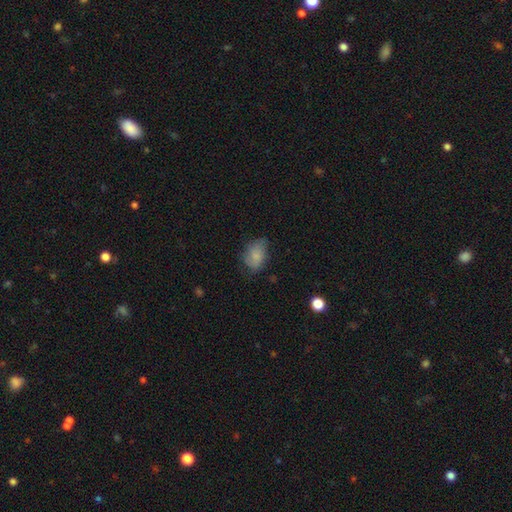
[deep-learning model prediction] smooth-or-featured: smooth: 76% | featured or disk: 15% | star or artifact: 9%
  how-rounded: in between: 80% | round: 19% | cigar-shaped: 2%
  merging: none: 56% | minor disturbance: 31% | major disturbance: 12% | merger: 2%